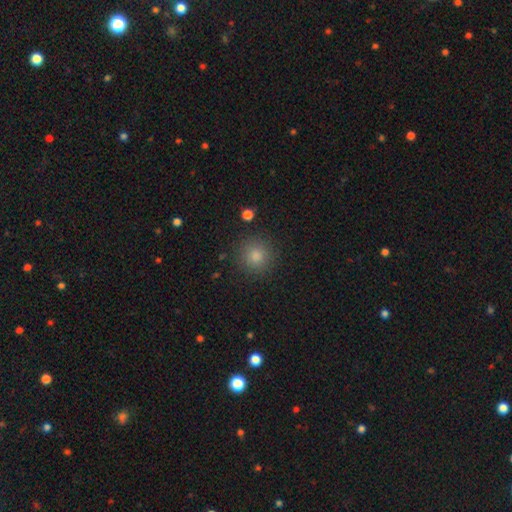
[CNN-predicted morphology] Smooth or featured? smooth (79%)
How rounded? round (94%)
Merging? none (91%)